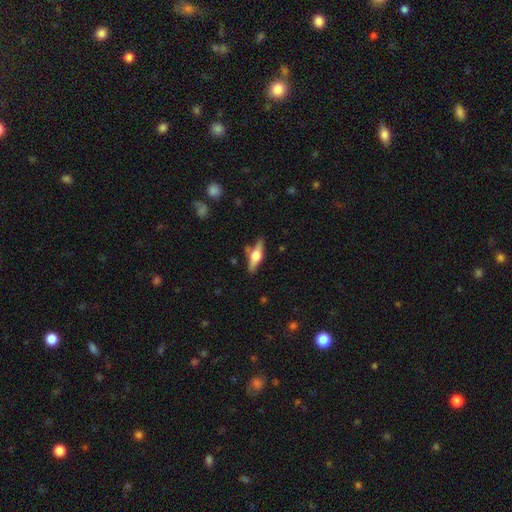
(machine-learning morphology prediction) Smooth or featured? featured or disk (59%)
Edge-on disk? yes (94%)
Edge-on bulge? rounded (92%)
Merging? none (78%)